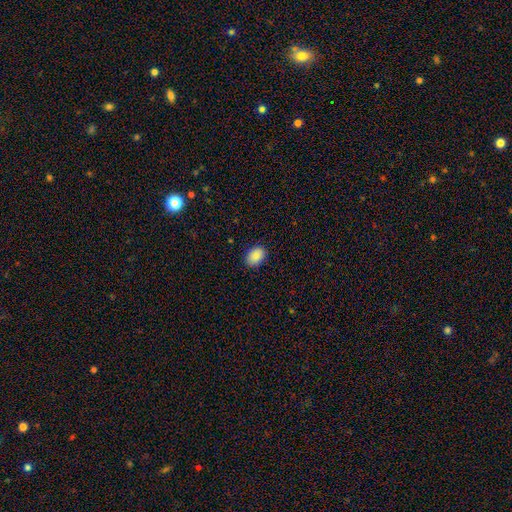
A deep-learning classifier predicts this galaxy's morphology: Q: Smooth or featured?
A: smooth (90%); runner-up: star or artifact (7%)
Q: How rounded?
A: in between (81%); runner-up: round (18%)
Q: Merging?
A: none (87%); runner-up: minor disturbance (10%)